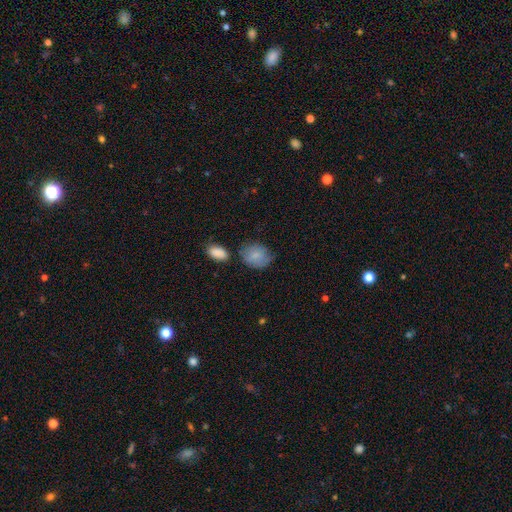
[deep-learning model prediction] Smooth or featured?
  - smooth: 81% *
  - featured or disk: 12%
  - star or artifact: 7%
How rounded?
  - in between: 51% *
  - round: 48%
  - cigar-shaped: 1%
Merging?
  - none: 58% *
  - minor disturbance: 27%
  - major disturbance: 8%
  - merger: 7%